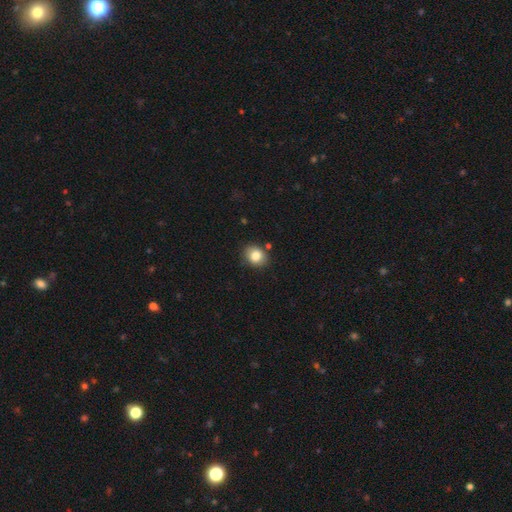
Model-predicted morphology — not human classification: Overall: smooth (83%). How rounded: round (54%; in between 45%). Merging: none (83%).